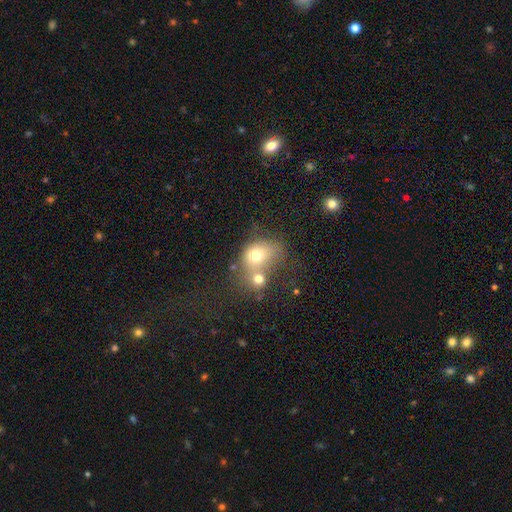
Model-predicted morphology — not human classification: A smooth galaxy with no disk features (69%) that is round (50%). Merging: merger (58%).